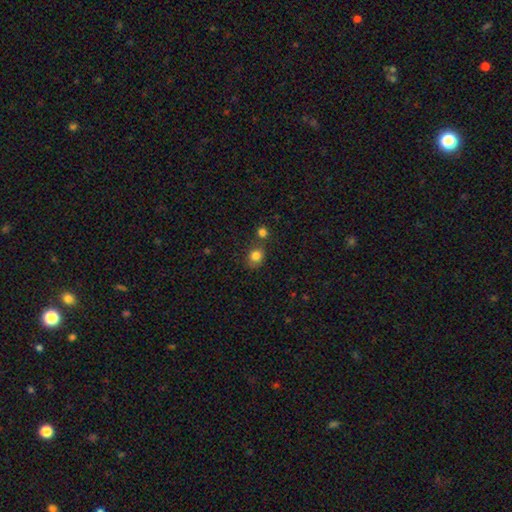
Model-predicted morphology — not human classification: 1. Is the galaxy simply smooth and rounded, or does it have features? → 82% smooth, 12% star or artifact, 6% featured or disk.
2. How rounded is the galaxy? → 77% round, 22% in between, 1% cigar-shaped.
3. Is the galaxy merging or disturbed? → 68% none, 16% merger, 12% minor disturbance, 4% major disturbance.